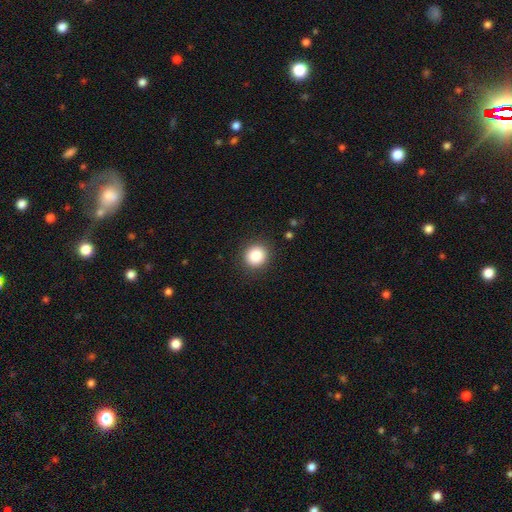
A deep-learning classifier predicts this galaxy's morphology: Smooth or featured?
  - smooth: 85% *
  - star or artifact: 10%
  - featured or disk: 5%
How rounded?
  - round: 87% *
  - in between: 12%
  - cigar-shaped: 1%
Merging?
  - none: 90% *
  - minor disturbance: 7%
  - major disturbance: 2%
  - merger: 1%